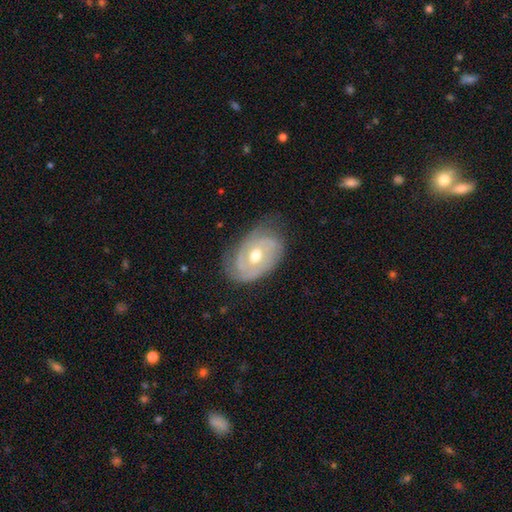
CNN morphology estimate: Smooth or featured? featured or disk (78%)
Edge-on disk? no (95%)
Bar? no (70%)
Spiral arms? yes (83%)
Spiral winding? tight (63%)
Spiral arm count? 2 (43%)
Bulge size? moderate (79%)
Merging? none (66%)